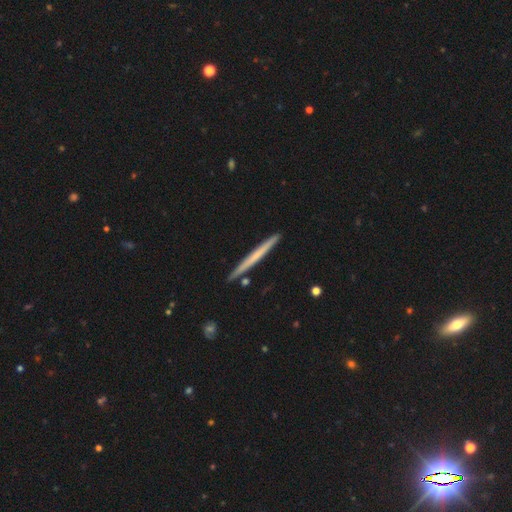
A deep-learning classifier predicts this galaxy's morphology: This appears to be a smooth galaxy with no disk features (48%). Merging: none (91%).